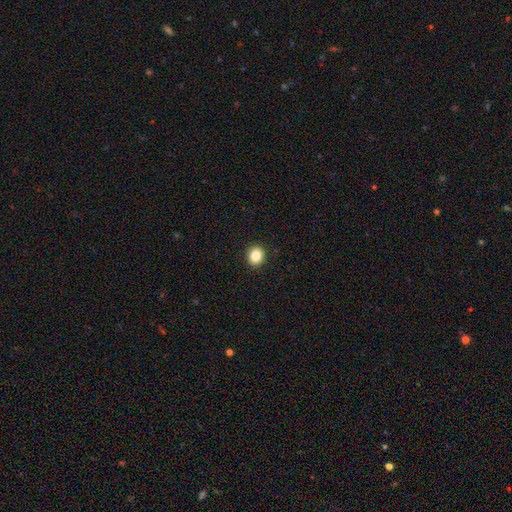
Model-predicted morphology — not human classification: A smooth galaxy with no disk features (85%) that is round (78%). Merging: none (92%).